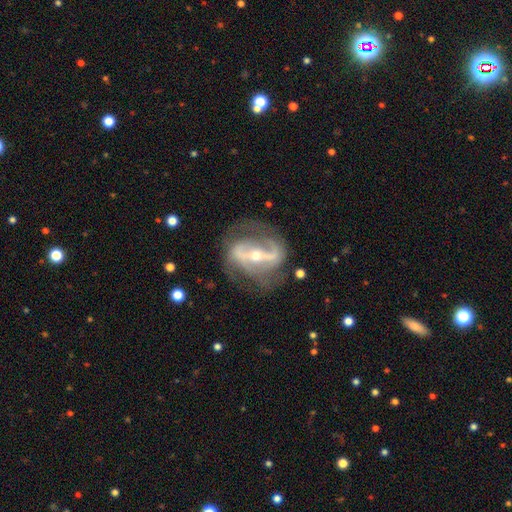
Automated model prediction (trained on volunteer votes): Overall: featured or disk (87%). Edge-on disk: no (94%). Bar: strong (68%). Spiral arms: yes (88%). Spiral arm count: 2 (78%). Spiral winding: medium (43%; loose 31%). Bulge size: small (57%; moderate 40%). Merging: none (64%).